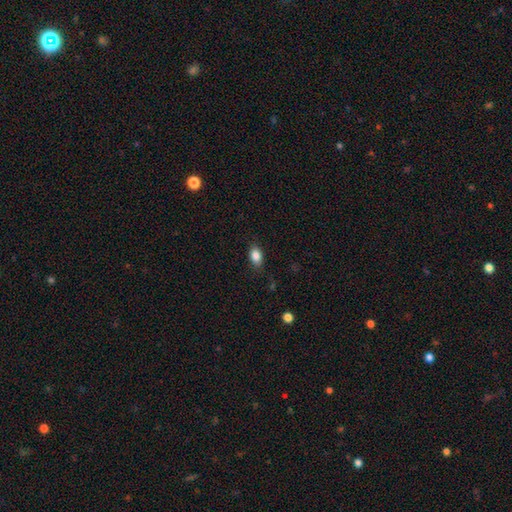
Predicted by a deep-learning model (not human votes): The model was most divided on "merging": none: 84%, minor disturbance: 12%, major disturbance: 3%, merger: 1%. More confident: smooth or featured — smooth (86%); how rounded — in between (85%).